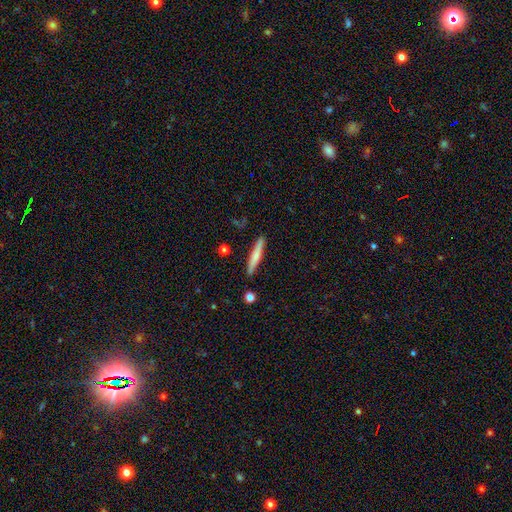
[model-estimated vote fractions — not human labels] smooth 61%, featured or disk 33%, star or artifact 6%. Down the decision tree: how rounded — cigar-shaped (93%); merging — none (89%).